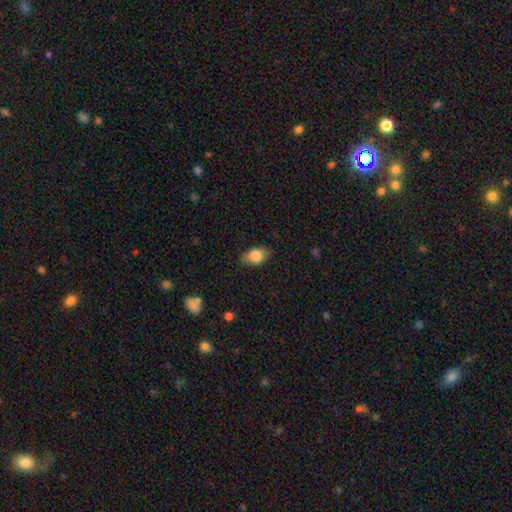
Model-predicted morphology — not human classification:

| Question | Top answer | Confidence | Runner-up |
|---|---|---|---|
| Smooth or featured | smooth | 80% | featured or disk (13%) |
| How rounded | in between | 83% | round (14%) |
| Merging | none | 78% | minor disturbance (17%) |